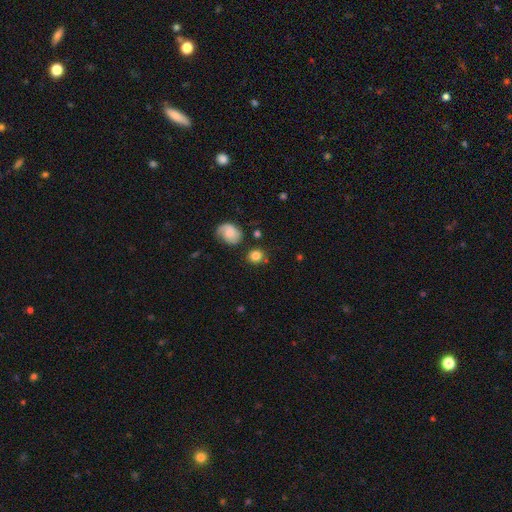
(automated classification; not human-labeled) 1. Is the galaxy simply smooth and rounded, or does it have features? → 80% smooth, 10% featured or disk, 10% star or artifact.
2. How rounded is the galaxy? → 85% round, 14% in between, 1% cigar-shaped.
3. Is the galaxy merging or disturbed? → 79% none, 12% minor disturbance, 6% merger, 4% major disturbance.